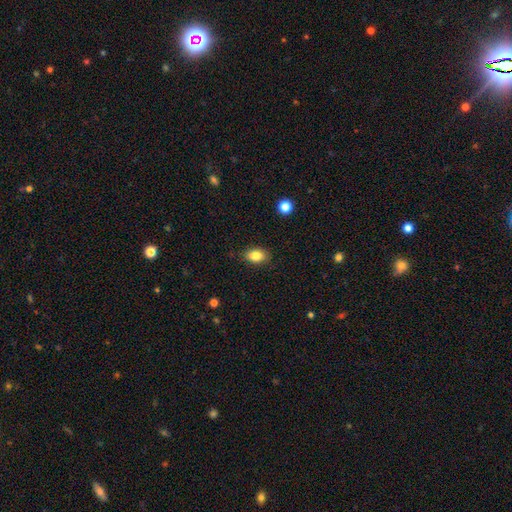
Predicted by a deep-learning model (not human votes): The model was most divided on "how rounded": in between: 85%, round: 14%, cigar-shaped: 2%. More confident: merging — none (85%); smooth or featured — smooth (84%).